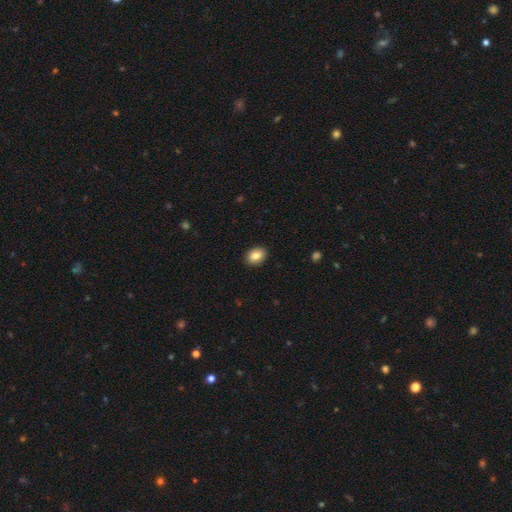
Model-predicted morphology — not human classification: This is clearly a smooth galaxy (86%). How rounded: likely in between (71%). Merging: clearly none (90%).